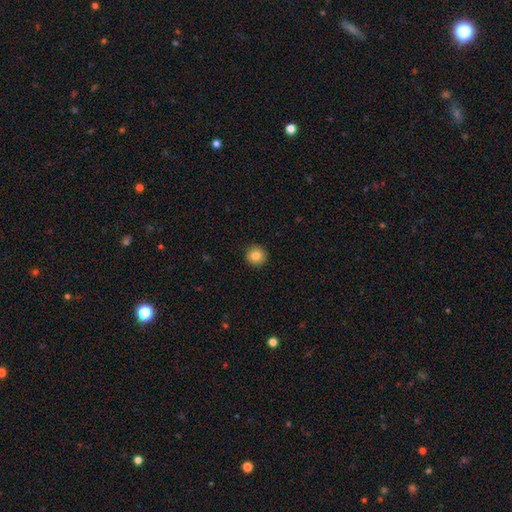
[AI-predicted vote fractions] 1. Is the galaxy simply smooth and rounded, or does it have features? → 83% smooth, 10% star or artifact, 7% featured or disk.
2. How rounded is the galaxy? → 95% round, 4% in between, 1% cigar-shaped.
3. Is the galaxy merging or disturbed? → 92% none, 5% minor disturbance, 2% major disturbance, 1% merger.